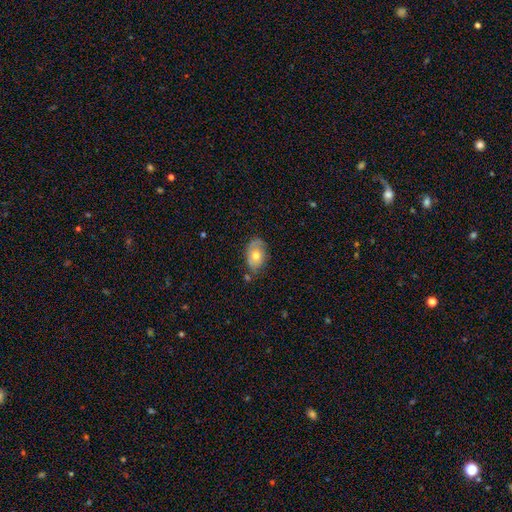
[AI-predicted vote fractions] Morphology: type=smooth (59%); roundness=in between (84%); merging=none (62%).